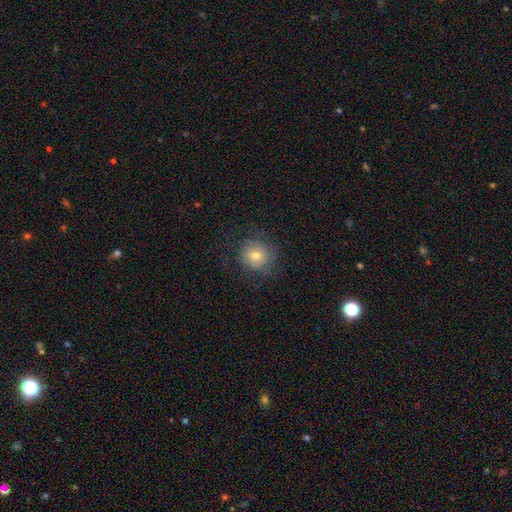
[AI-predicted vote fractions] Smooth or featured? Predicted: smooth (p=0.66). How rounded? Predicted: round (p=0.91). Merging? Predicted: none (p=0.77).